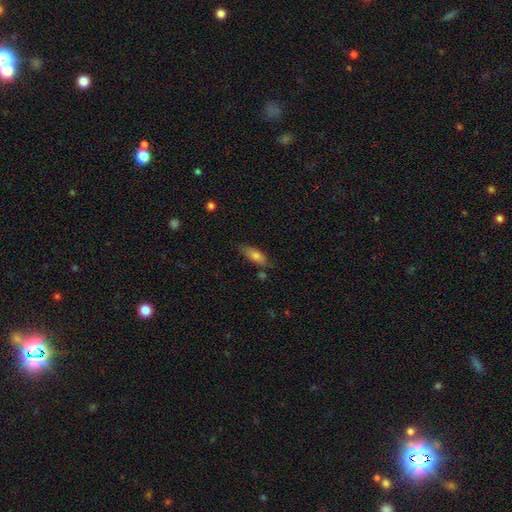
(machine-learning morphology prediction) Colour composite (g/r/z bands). It shows a smooth galaxy with no disk features (74%) that is in between round and cigar-shaped (67%). Merging: none (72%).